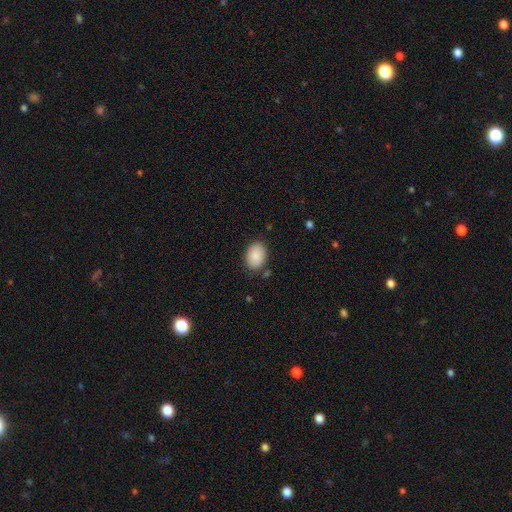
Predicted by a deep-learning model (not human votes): Smooth or featured? Predicted: smooth (p=0.89). How rounded? Predicted: in between (p=0.80). Merging? Predicted: none (p=0.84).